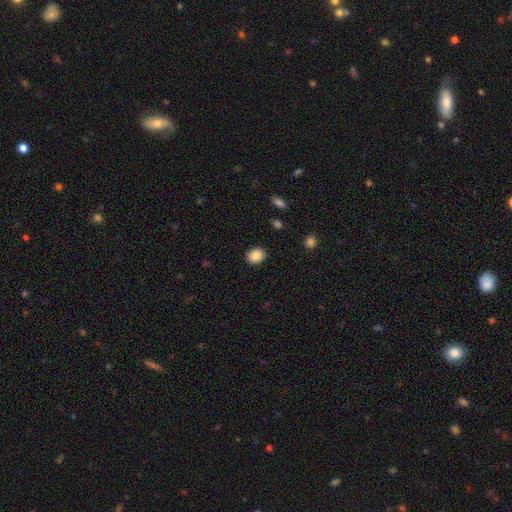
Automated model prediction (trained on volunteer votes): The model was most divided on "how rounded": round: 50%, in between: 49%, cigar-shaped: 1%. More confident: merging — none (90%); smooth or featured — smooth (88%).